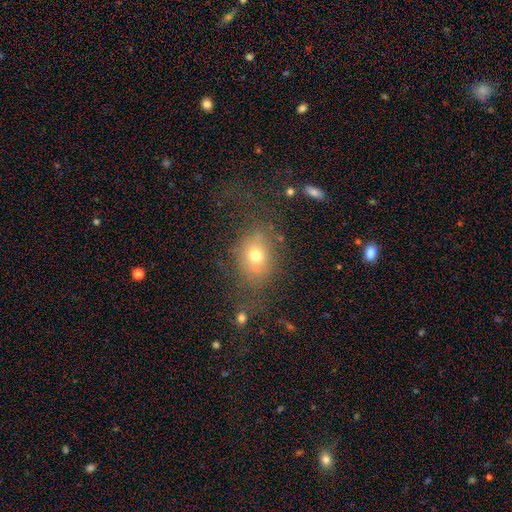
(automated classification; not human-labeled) Morphology: type=smooth (68%); roundness=in between (52%); merging=none (64%).